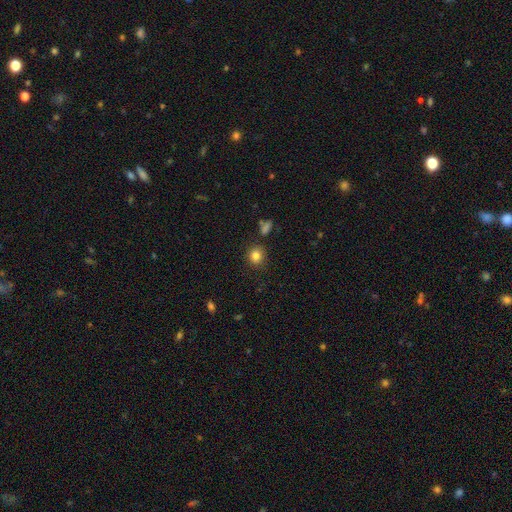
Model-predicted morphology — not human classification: Q: Smooth or featured?
A: smooth (83%); runner-up: star or artifact (11%)
Q: How rounded?
A: round (83%); runner-up: in between (16%)
Q: Merging?
A: none (85%); runner-up: minor disturbance (9%)